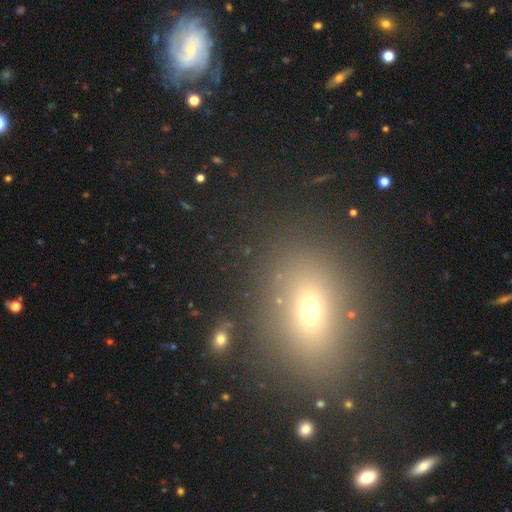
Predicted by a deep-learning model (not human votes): Morphology: type=smooth (58%); roundness=in between (71%); merging=none (84%).